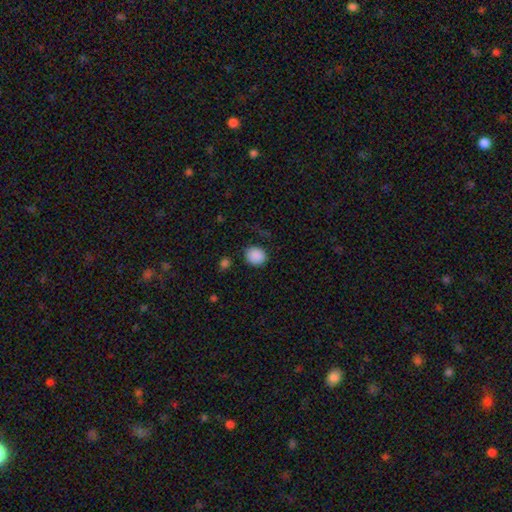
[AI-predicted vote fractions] smooth_or_featured: smooth (p=0.88) [alt: star or artifact p=0.09]
how_rounded: round (p=0.70) [alt: in between p=0.30]
merging: none (p=0.82) [alt: minor disturbance p=0.12]